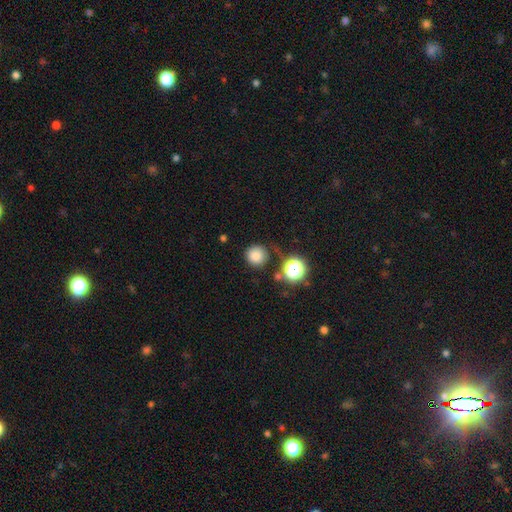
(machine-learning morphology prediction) Q: Smooth or featured?
A: smooth (79%); runner-up: star or artifact (15%)
Q: How rounded?
A: round (94%); runner-up: in between (5%)
Q: Merging?
A: none (76%); runner-up: minor disturbance (14%)